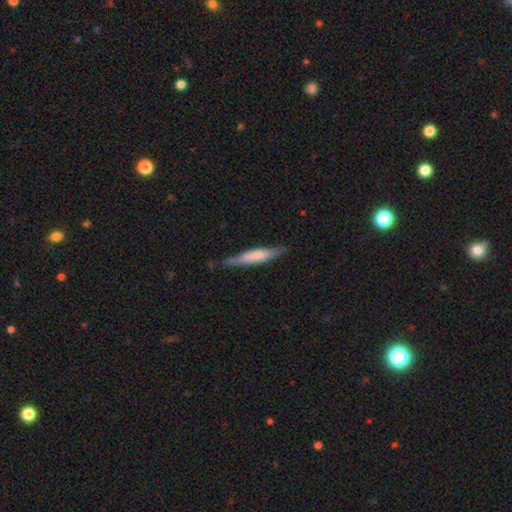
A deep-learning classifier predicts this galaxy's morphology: Smooth or featured? smooth (58%)
How rounded? cigar-shaped (91%)
Merging? none (81%)